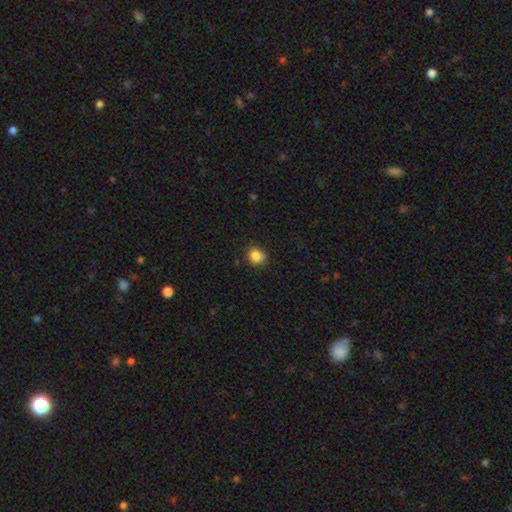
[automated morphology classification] type=smooth (85%); roundness=round (82%); merging=none (84%).